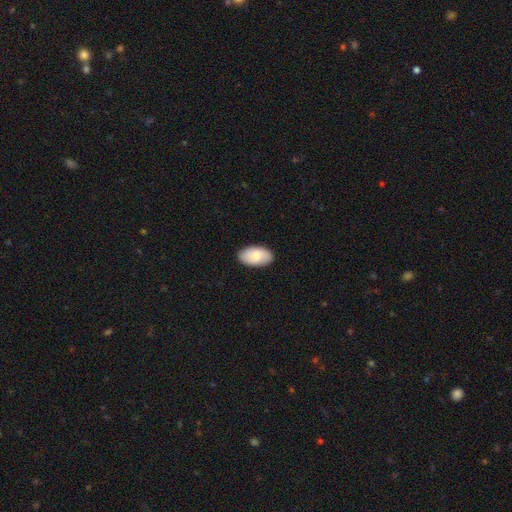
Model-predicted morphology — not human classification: smooth_or_featured: smooth (p=0.79) [alt: featured or disk p=0.16]
how_rounded: in between (p=0.95) [alt: round p=0.03]
merging: none (p=0.87) [alt: minor disturbance p=0.10]